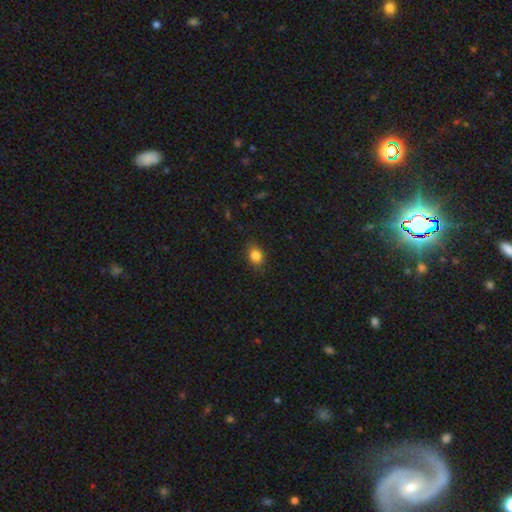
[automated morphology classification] This appears to be a smooth galaxy with no disk features (85%) that is in between round and cigar-shaped (50%). Merging: none (86%).